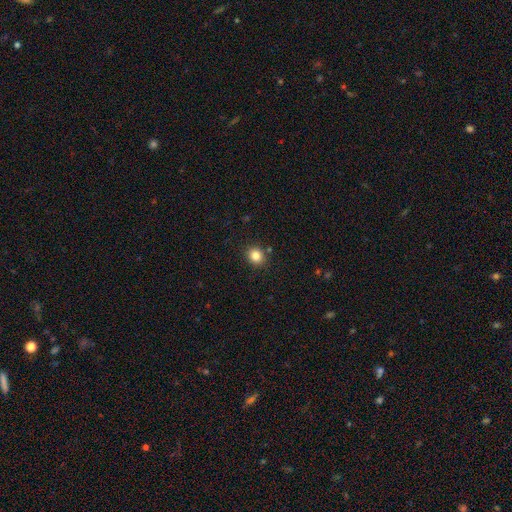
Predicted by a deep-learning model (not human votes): smooth 83%, star or artifact 11%, featured or disk 5%. Down the decision tree: how rounded — round (77%); merging — none (87%).